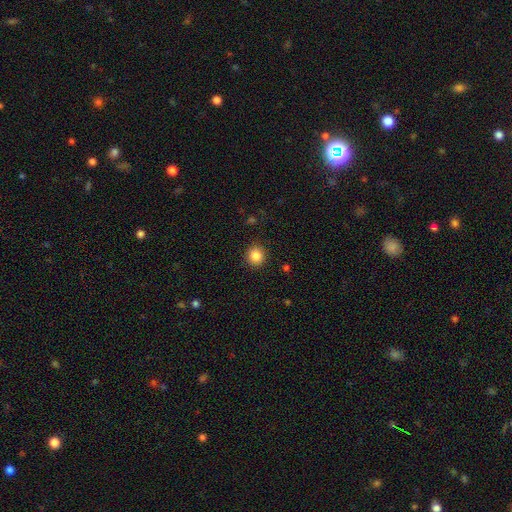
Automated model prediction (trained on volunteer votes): Q: Smooth or featured?
A: smooth (86%); runner-up: star or artifact (10%)
Q: How rounded?
A: round (90%); runner-up: in between (10%)
Q: Merging?
A: none (91%); runner-up: minor disturbance (6%)